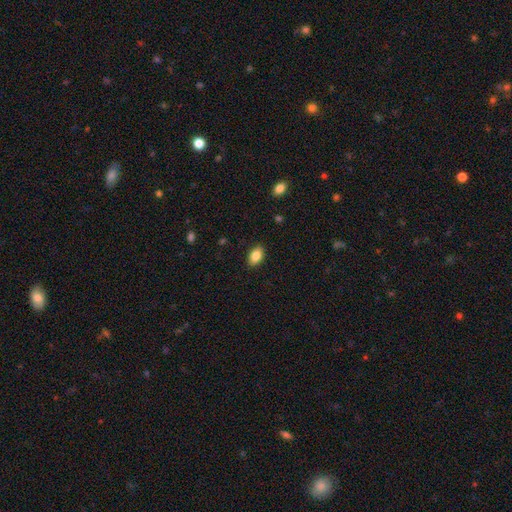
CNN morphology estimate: A smooth galaxy with no disk features (85%) that is in between round and cigar-shaped (90%).

Vote fractions:
- Smooth or featured? smooth: 85% / star or artifact: 8% / featured or disk: 7%
- How rounded? in between: 90% / round: 8% / cigar-shaped: 2%
- Merging? none: 88% / minor disturbance: 9% / major disturbance: 2% / merger: 1%